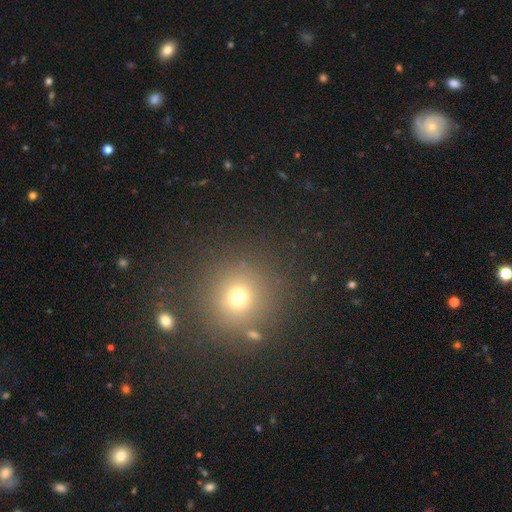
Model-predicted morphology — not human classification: This is possibly a smooth galaxy (57%). How rounded: clearly round (93%). Merging: clearly none (88%).